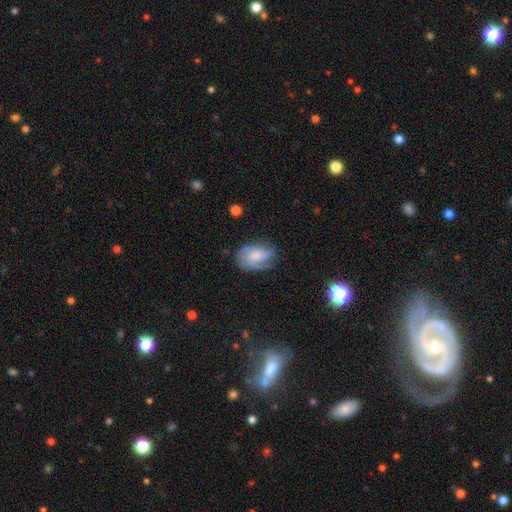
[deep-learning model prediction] A featured or disk galaxy (60%) with no bar (63%), medium (42%) spiral arms (87%) and a moderate central bulge (34%). Merging: none (58%).